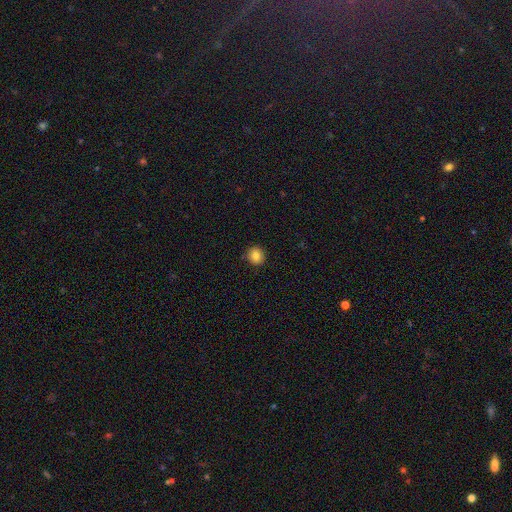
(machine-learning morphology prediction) A smooth galaxy with no disk features (84%) that is round (90%). Merging: none (90%).